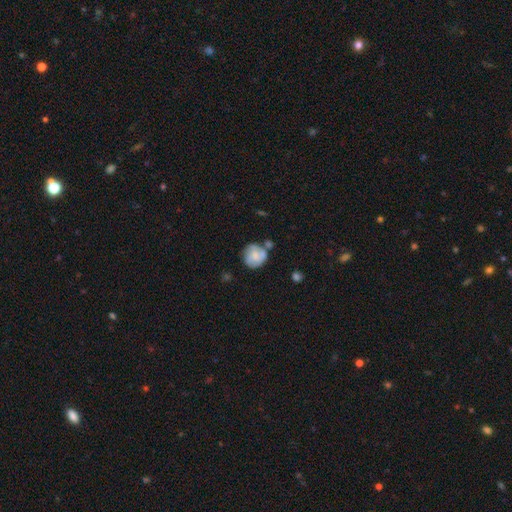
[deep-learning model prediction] smooth-or-featured: smooth: 63% | featured or disk: 30% | star or artifact: 7%
  how-rounded: round: 83% | in between: 16% | cigar-shaped: 1%
  merging: none: 49% | minor disturbance: 22% | merger: 20% | major disturbance: 8%